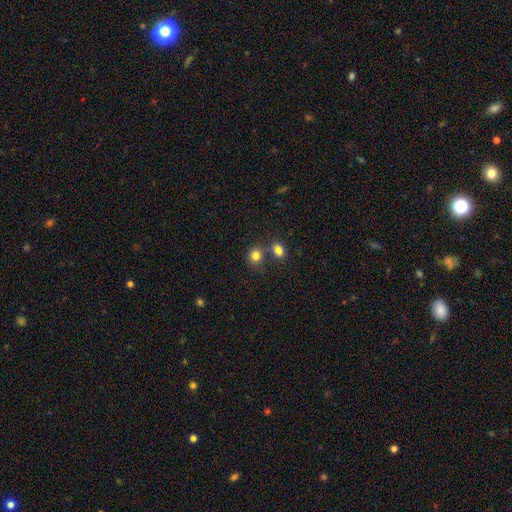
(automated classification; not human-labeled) This appears to be a smooth galaxy with no disk features (82%) that is round (70%). Merging: none (57%).